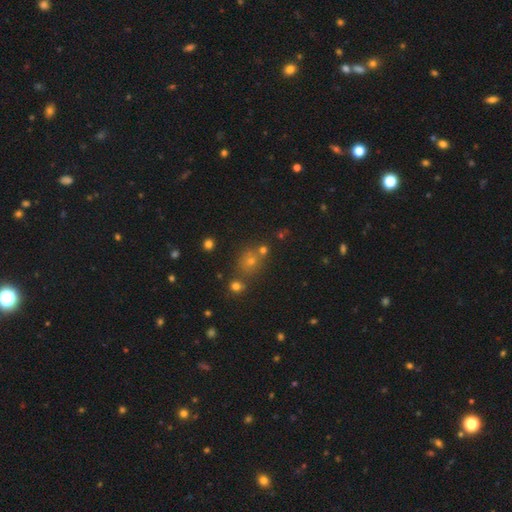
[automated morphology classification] Overall: smooth (49%; star or artifact 41%). Merging: none (68%).